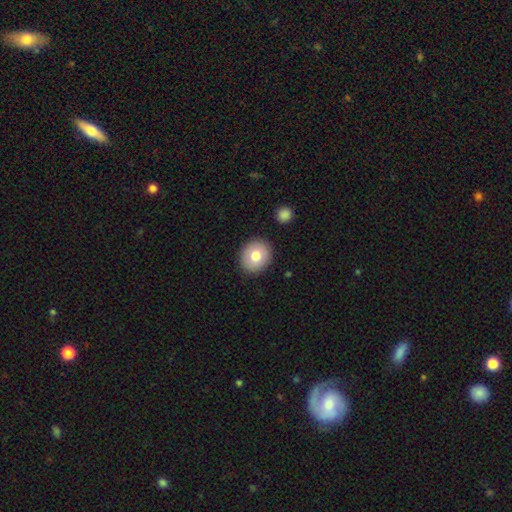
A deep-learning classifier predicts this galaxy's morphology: This is likely a smooth galaxy (77%). How rounded: likely round (76%). Merging: clearly none (88%).